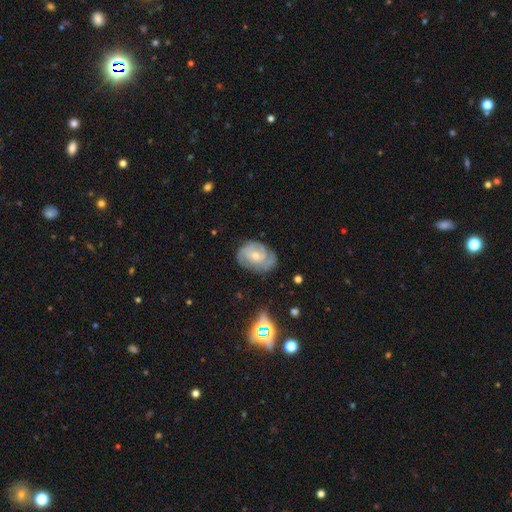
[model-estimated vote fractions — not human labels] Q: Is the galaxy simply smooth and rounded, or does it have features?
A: featured or disk — 79%.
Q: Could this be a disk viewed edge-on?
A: no — 97%.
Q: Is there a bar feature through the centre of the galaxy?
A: no — 59%.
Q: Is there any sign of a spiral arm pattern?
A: yes — 94%.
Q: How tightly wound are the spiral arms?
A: tight — 54%.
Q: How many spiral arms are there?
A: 2 — 42%.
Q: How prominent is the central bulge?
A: small — 56%.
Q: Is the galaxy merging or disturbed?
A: none — 69%.